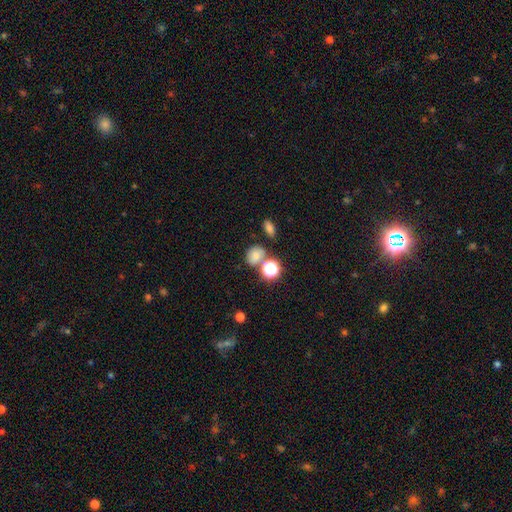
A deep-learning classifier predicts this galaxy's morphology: Smooth or featured? smooth (71%)
How rounded? round (54%)
Merging? none (61%)